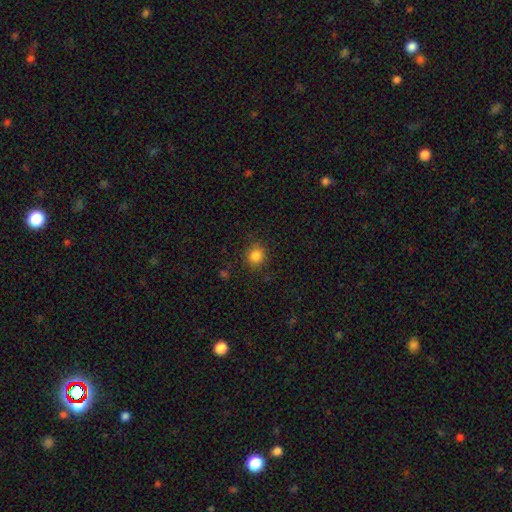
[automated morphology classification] smooth-or-featured: smooth: 85% | star or artifact: 12% | featured or disk: 4%
  how-rounded: round: 83% | in between: 16% | cigar-shaped: 1%
  merging: none: 86% | minor disturbance: 9% | major disturbance: 3% | merger: 1%